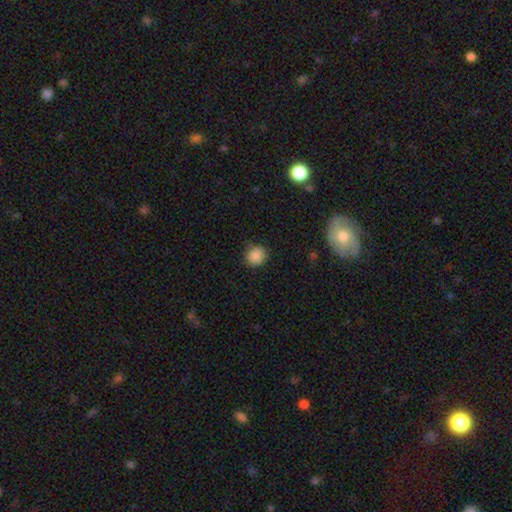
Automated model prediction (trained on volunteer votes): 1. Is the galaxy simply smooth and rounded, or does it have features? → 86% smooth, 10% star or artifact, 4% featured or disk.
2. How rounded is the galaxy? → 82% round, 17% in between, 1% cigar-shaped.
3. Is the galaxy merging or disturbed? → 81% none, 15% minor disturbance, 3% major disturbance, 1% merger.